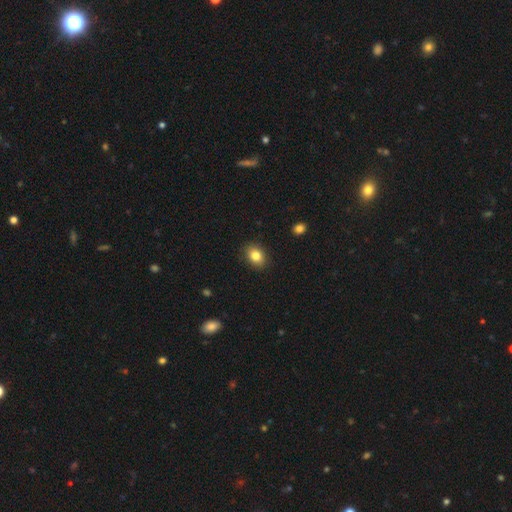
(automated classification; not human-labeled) smooth 84%, star or artifact 9%, featured or disk 7%. Down the decision tree: how rounded — in between (64%); merging — none (88%).